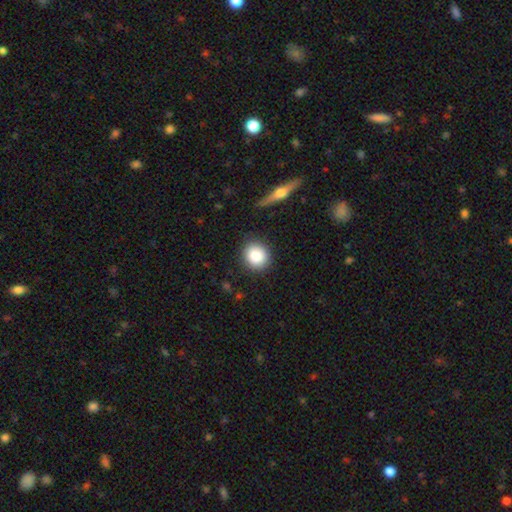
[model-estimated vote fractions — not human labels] smooth-or-featured: smooth: 84% | star or artifact: 9% | featured or disk: 8%
  how-rounded: round: 84% | in between: 15% | cigar-shaped: 1%
  merging: none: 88% | minor disturbance: 8% | major disturbance: 2% | merger: 2%